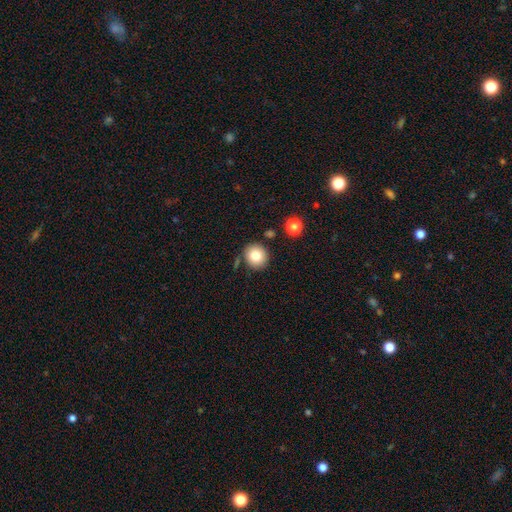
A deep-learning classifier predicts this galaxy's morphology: Q: Smooth or featured?
A: smooth (80%); runner-up: star or artifact (10%)
Q: How rounded?
A: round (90%); runner-up: in between (9%)
Q: Merging?
A: none (83%); runner-up: minor disturbance (9%)